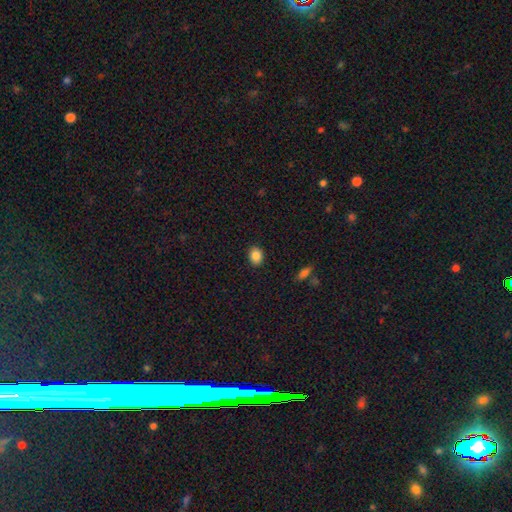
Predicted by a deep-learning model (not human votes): Overall: smooth (86%). How rounded: in between (56%; round 43%). Merging: none (90%).